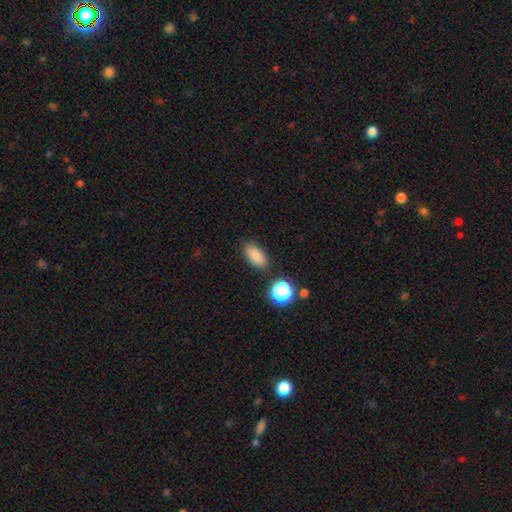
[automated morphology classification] This appears to be a smooth galaxy with no disk features (85%) that is in between round and cigar-shaped (88%). Merging: none (84%).